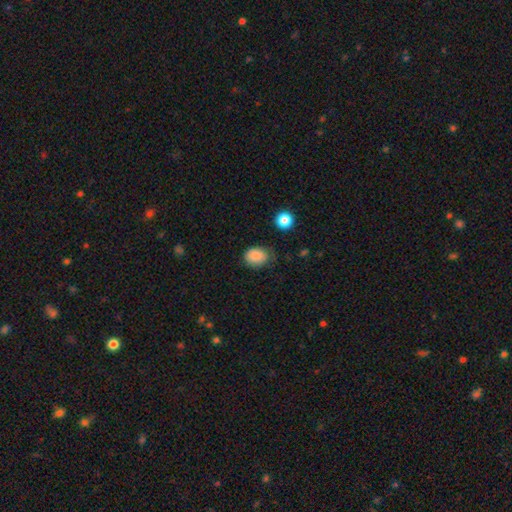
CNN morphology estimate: Smooth or featured? smooth (86%)
How rounded? in between (58%)
Merging? none (64%)